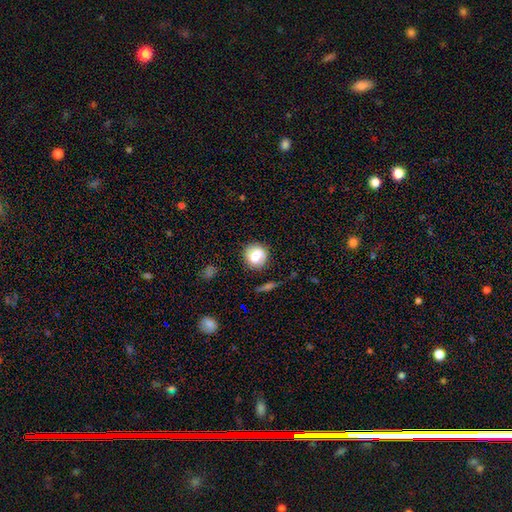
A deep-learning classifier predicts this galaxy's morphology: smooth-or-featured: smooth: 64% | featured or disk: 27% | star or artifact: 9%
  how-rounded: round: 84% | in between: 15% | cigar-shaped: 1%
  merging: none: 82% | minor disturbance: 12% | major disturbance: 4% | merger: 2%